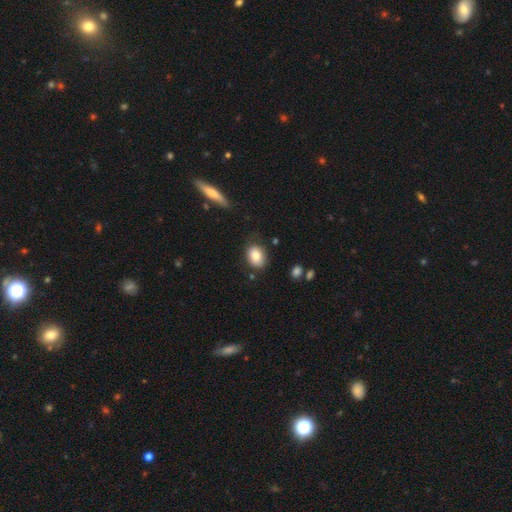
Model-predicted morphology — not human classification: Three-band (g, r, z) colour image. It shows a smooth galaxy with no disk features (83%) that is in between round and cigar-shaped (67%). Merging: none (78%).